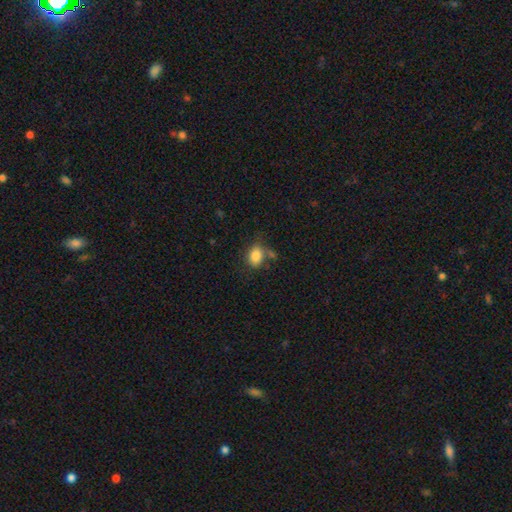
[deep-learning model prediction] smooth_or_featured: smooth (p=0.84) [alt: star or artifact p=0.09]
how_rounded: in between (p=0.73) [alt: round p=0.26]
merging: none (p=0.59) [alt: minor disturbance p=0.20]